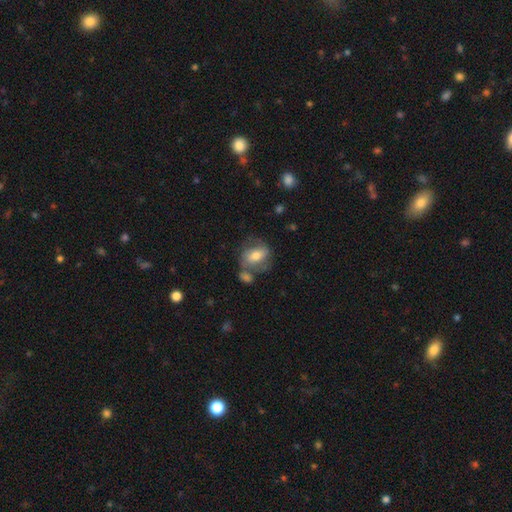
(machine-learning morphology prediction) Smooth or featured?
  - smooth: 54% *
  - featured or disk: 38%
  - star or artifact: 7%
How rounded?
  - in between: 68% *
  - round: 30%
  - cigar-shaped: 2%
Merging?
  - none: 46% *
  - merger: 24%
  - minor disturbance: 19%
  - major disturbance: 11%